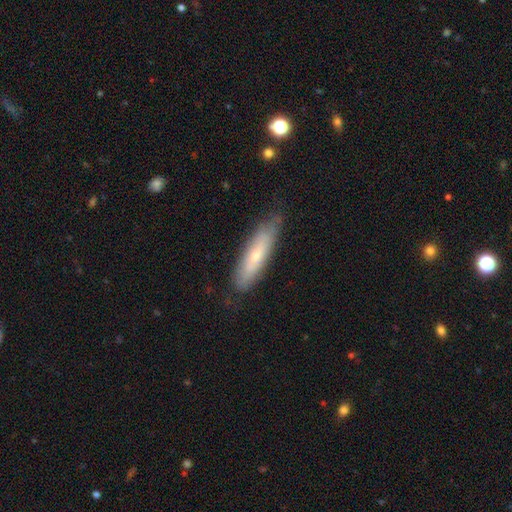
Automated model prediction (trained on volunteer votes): smooth 56%, featured or disk 38%, star or artifact 6%. Down the decision tree: how rounded — cigar-shaped (73%); merging — none (77%).